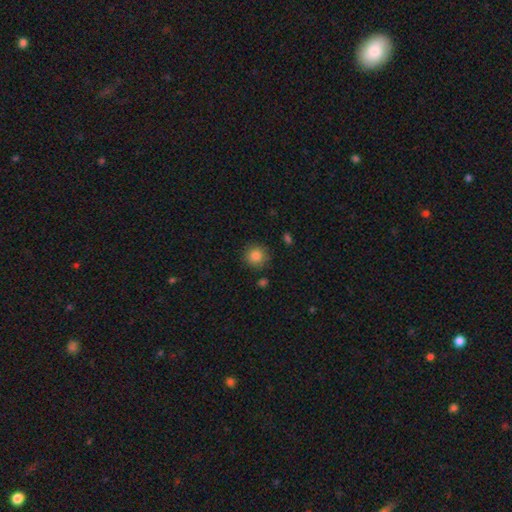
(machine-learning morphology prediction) Q: Smooth or featured?
A: smooth (86%); runner-up: star or artifact (10%)
Q: How rounded?
A: round (93%); runner-up: in between (6%)
Q: Merging?
A: none (84%); runner-up: minor disturbance (10%)